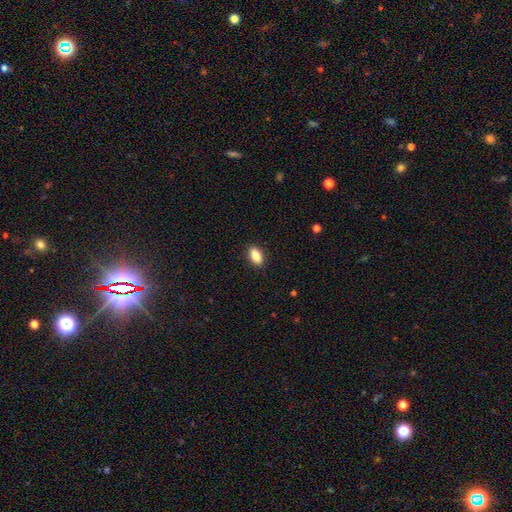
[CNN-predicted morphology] The model was most divided on "smooth or featured": smooth: 84%, featured or disk: 9%, star or artifact: 8%. More confident: merging — none (90%); how rounded — in between (89%).